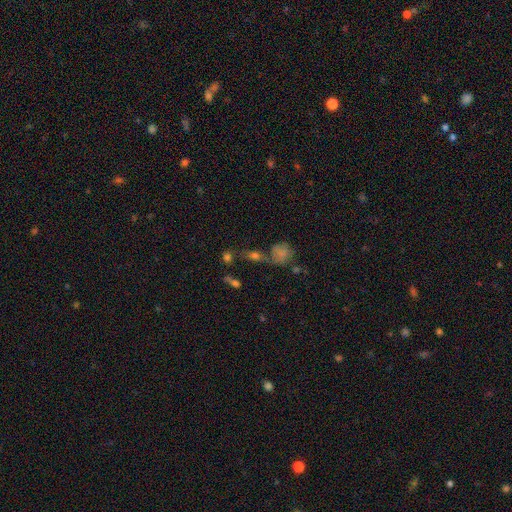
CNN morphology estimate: Smooth or featured?
  - smooth: 38% *
  - star or artifact: 37%
  - featured or disk: 25%
Merging?
  - none: 45% *
  - merger: 30%
  - minor disturbance: 13%
  - major disturbance: 12%